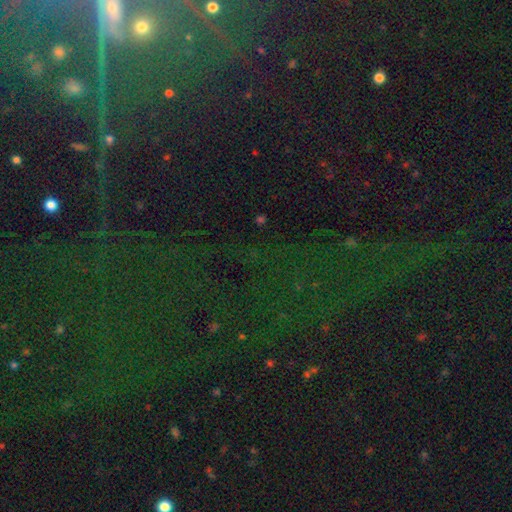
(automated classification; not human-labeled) smooth-or-featured: star or artifact: 76% | smooth: 12% | featured or disk: 12%